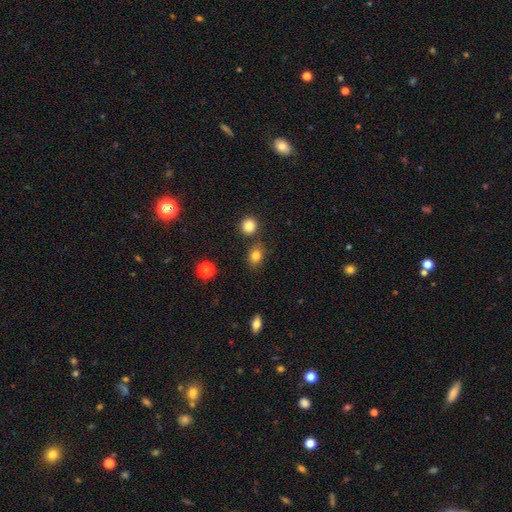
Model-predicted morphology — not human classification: This appears to be a smooth galaxy with no disk features (82%) that is in between round and cigar-shaped (57%). Merging: none (76%).